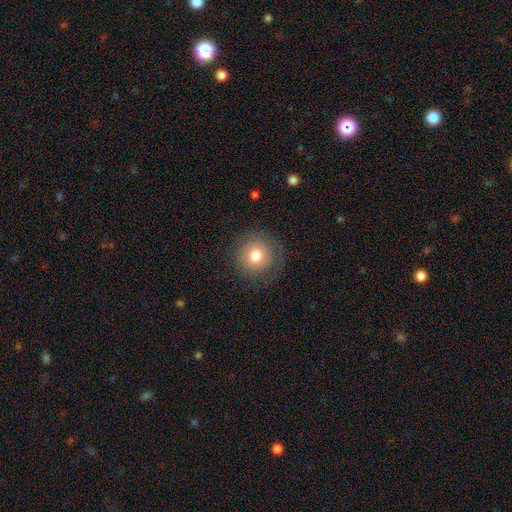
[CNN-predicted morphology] smooth 74%, featured or disk 15%, star or artifact 12%. Down the decision tree: how rounded — round (94%); merging — none (84%).